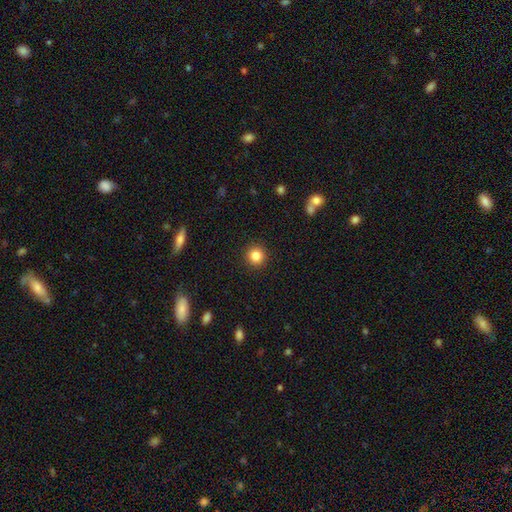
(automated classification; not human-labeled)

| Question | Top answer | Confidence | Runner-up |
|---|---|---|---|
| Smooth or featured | smooth | 84% | star or artifact (11%) |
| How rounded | round | 94% | in between (5%) |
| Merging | none | 92% | minor disturbance (5%) |